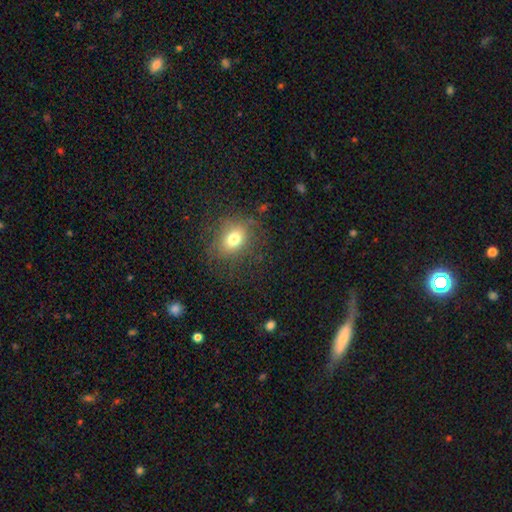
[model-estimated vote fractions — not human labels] Smooth or featured: smooth — 59% (star or artifact — 26%)
How rounded: round — 66% (in between — 29%)
Merging: none — 85% (minor disturbance — 10%)